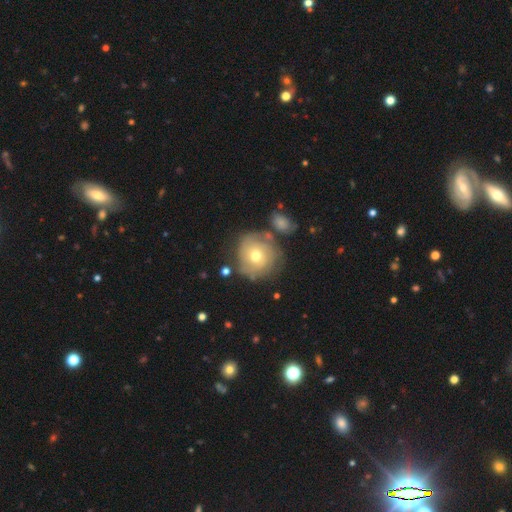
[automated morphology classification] Overall: featured or disk (50%; smooth 42%). Edge-on disk: no (96%). Merging: none (66%).